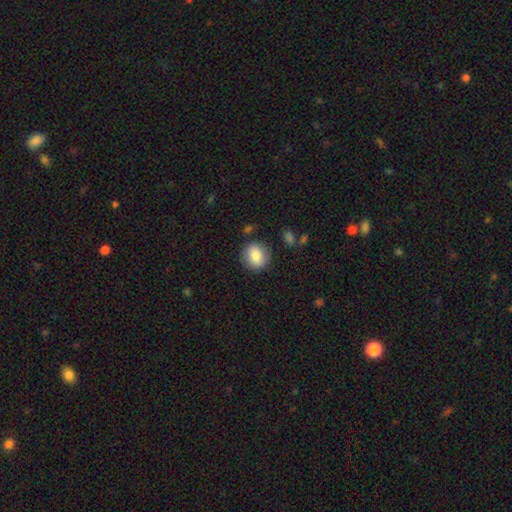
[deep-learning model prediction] Smooth or featured?
  - smooth: 83% *
  - featured or disk: 9%
  - star or artifact: 8%
How rounded?
  - round: 69% *
  - in between: 30%
  - cigar-shaped: 1%
Merging?
  - none: 84% *
  - minor disturbance: 11%
  - major disturbance: 3%
  - merger: 2%